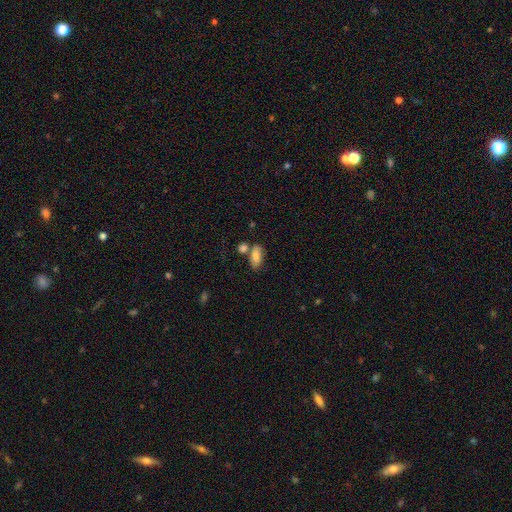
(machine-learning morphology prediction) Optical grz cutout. It shows a smooth galaxy with no disk features (82%) that is in between round and cigar-shaped (85%). Merging: none (58%).